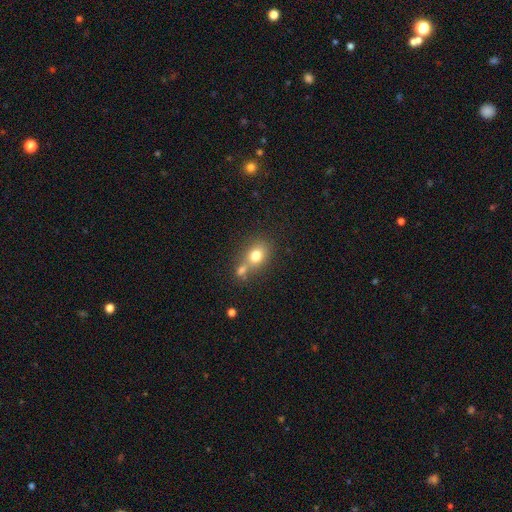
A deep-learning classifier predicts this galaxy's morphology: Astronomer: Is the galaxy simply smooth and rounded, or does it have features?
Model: smooth — 76%.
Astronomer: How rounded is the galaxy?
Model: in between — 50% (runner-up: round, 48%).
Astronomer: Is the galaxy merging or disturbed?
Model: none — 47% (runner-up: merger, 37%).